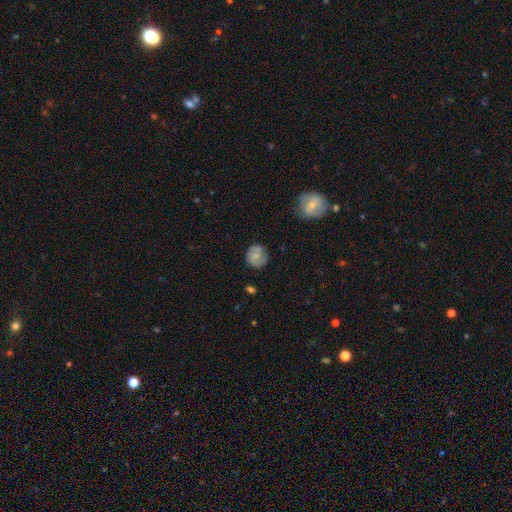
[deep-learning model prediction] The model was most divided on "smooth or featured": featured or disk: 49%, smooth: 43%, star or artifact: 8%. More confident: merging — none (73%).